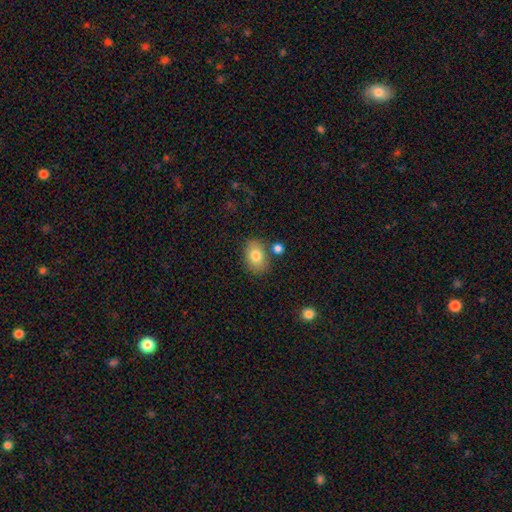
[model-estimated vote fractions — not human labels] This is likely a smooth galaxy (80%). How rounded: likely in between (76%). Merging: likely none (75%).